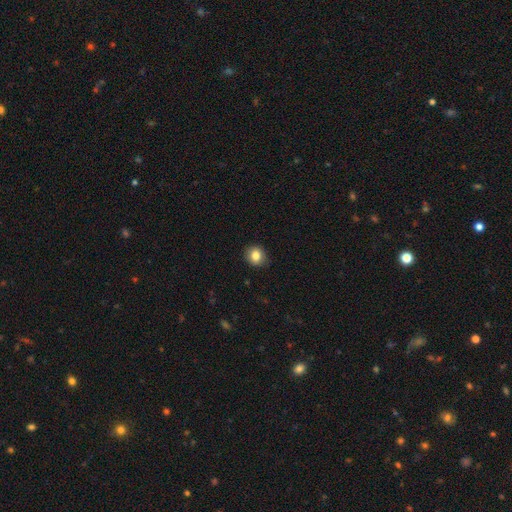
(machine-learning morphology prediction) A smooth galaxy with no disk features (83%) that is round (78%).

Vote fractions:
- Smooth or featured? smooth: 83% / star or artifact: 9% / featured or disk: 8%
- How rounded? round: 78% / in between: 21% / cigar-shaped: 1%
- Merging? none: 88% / minor disturbance: 9% / major disturbance: 2% / merger: 1%